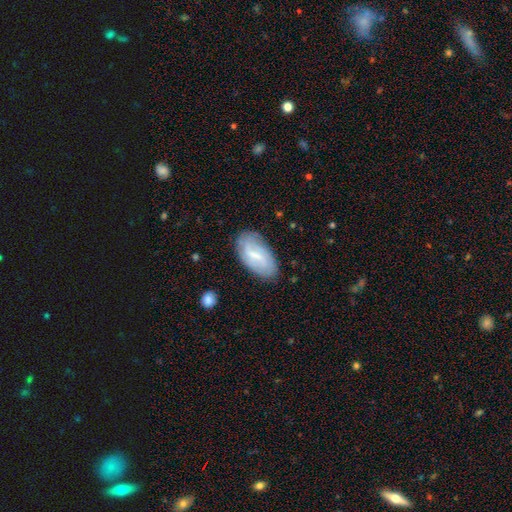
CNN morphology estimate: The model was most divided on "smooth or featured": featured or disk: 49%, smooth: 44%, star or artifact: 7%. More confident: merging — none (76%).